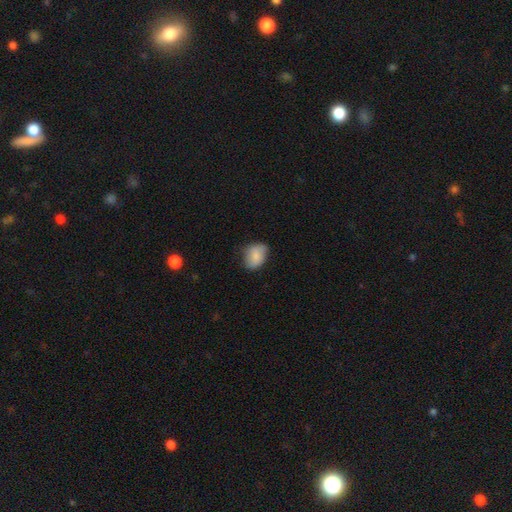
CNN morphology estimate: smooth 83%, featured or disk 10%, star or artifact 7%. Down the decision tree: how rounded — in between (70%); merging — none (66%).